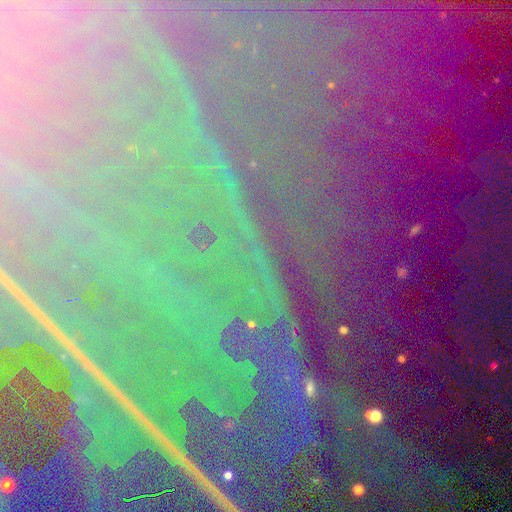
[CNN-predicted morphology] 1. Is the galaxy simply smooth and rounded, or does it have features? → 88% star or artifact, 7% featured or disk, 5% smooth.